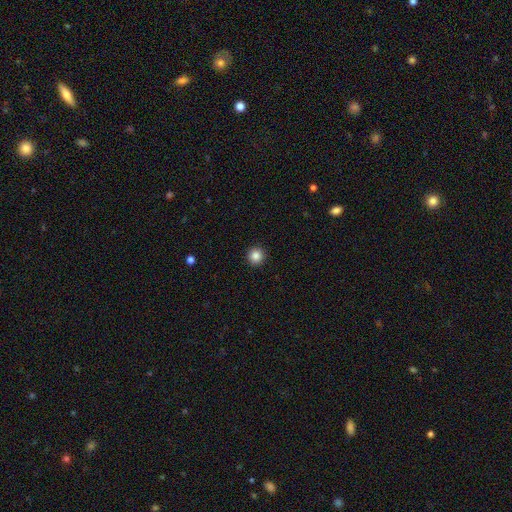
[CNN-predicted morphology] Smooth or featured: smooth — 86% (star or artifact — 10%)
How rounded: round — 95% (in between — 4%)
Merging: none — 93% (minor disturbance — 4%)